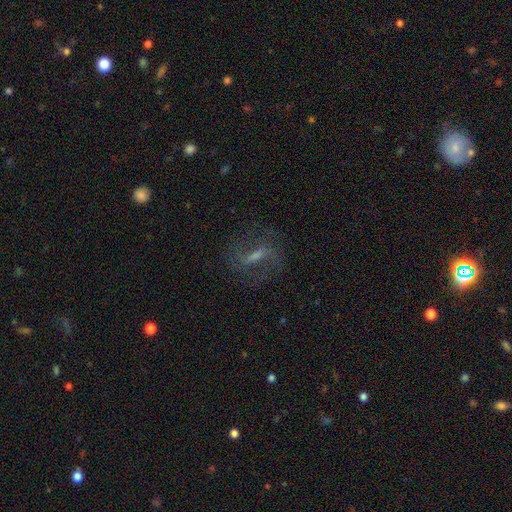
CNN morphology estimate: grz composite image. It shows a featured or disk galaxy (67%) with a strong bar (44%), 2 (82%) medium (46%) spiral arms (84%) and a moderate central bulge (33%). Merging: none (72%).